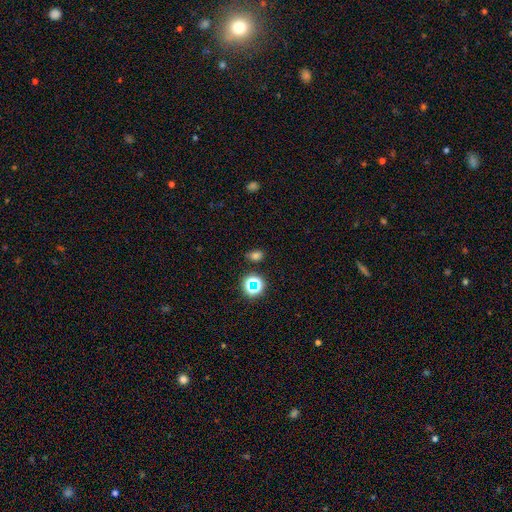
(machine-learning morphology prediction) A smooth galaxy with no disk features (70%) that is in between round and cigar-shaped (69%). Merging: none (79%).